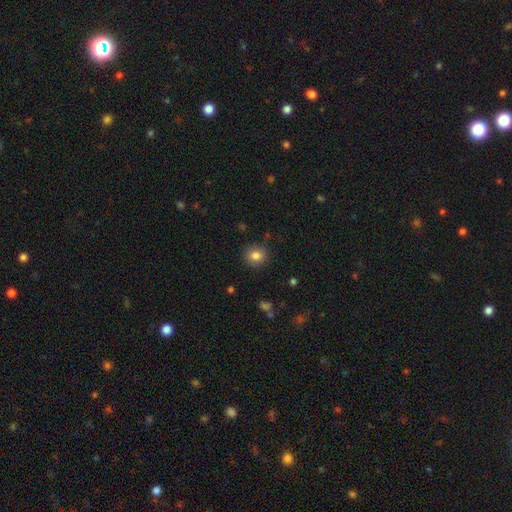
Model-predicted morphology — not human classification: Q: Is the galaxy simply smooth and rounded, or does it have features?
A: smooth — 84%.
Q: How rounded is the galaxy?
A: round — 84%.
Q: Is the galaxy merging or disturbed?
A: none — 88%.